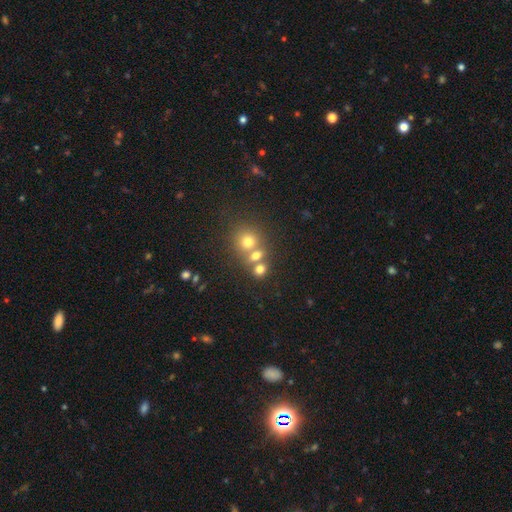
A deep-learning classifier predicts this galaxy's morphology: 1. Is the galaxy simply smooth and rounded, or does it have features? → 69% smooth, 17% star or artifact, 14% featured or disk.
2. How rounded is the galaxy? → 71% round, 28% in between, 1% cigar-shaped.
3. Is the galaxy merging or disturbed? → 47% merger, 42% none, 7% minor disturbance, 4% major disturbance.